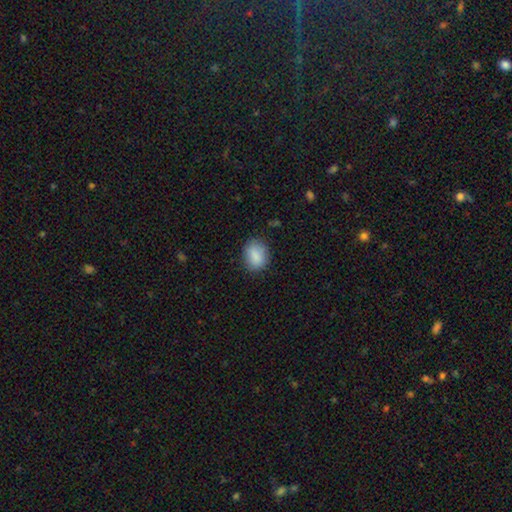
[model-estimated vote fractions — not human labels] Overall: smooth (87%). How rounded: in between (64%; round 35%). Merging: none (81%).